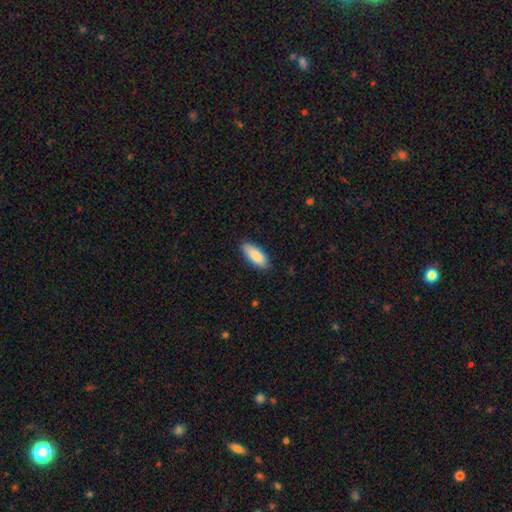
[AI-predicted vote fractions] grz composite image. It shows a smooth galaxy with no disk features (88%) that is in between round and cigar-shaped (77%). Merging: none (86%).